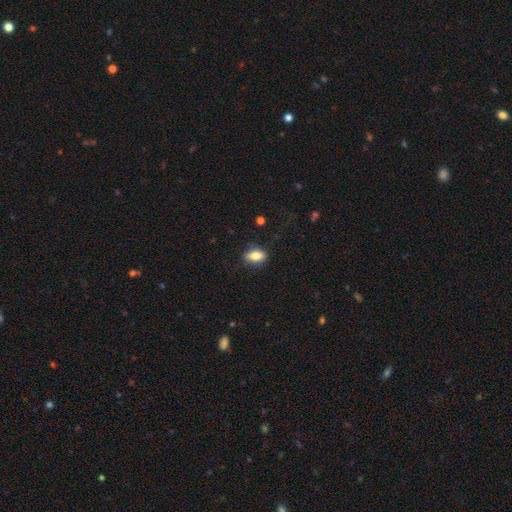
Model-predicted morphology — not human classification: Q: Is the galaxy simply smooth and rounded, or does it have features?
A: smooth — 75%.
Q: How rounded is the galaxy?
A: in between — 81%.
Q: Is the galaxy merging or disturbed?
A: none — 81%.